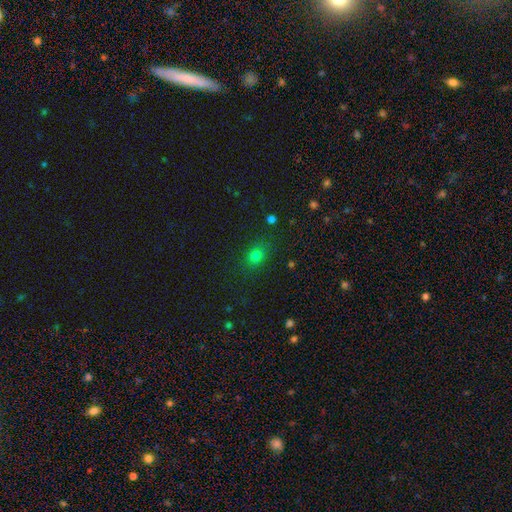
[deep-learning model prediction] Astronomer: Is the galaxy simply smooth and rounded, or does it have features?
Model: smooth — 75%.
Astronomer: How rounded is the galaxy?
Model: round — 53% (runner-up: in between, 45%).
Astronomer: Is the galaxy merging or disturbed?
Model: none — 81%.